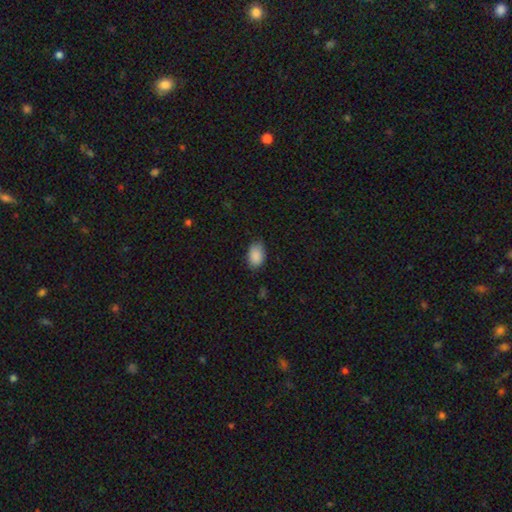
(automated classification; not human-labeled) Smooth or featured? Predicted: smooth (p=0.89). How rounded? Predicted: in between (p=0.89). Merging? Predicted: none (p=0.81).